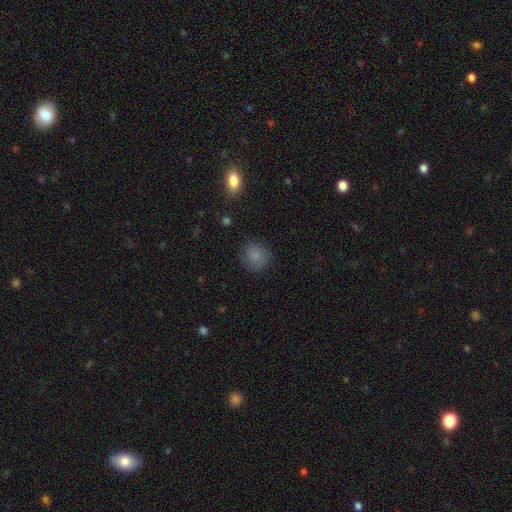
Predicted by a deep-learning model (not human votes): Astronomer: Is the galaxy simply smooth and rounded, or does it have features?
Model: smooth — 83%.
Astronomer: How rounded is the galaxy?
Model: round — 85%.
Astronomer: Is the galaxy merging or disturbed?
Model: none — 79%.